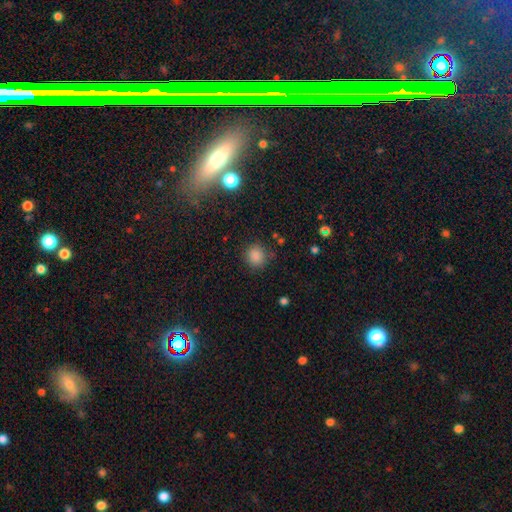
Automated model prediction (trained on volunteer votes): Morphology: type=smooth (84%); roundness=round (86%); merging=none (83%).